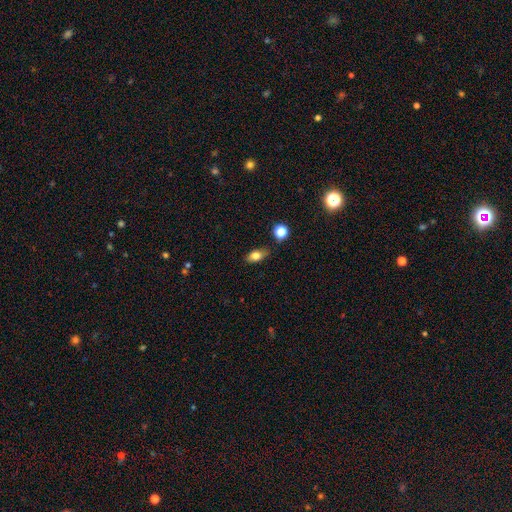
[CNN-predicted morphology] This appears to be a smooth galaxy with no disk features (77%) that is in between round and cigar-shaped (84%). Merging: none (76%).